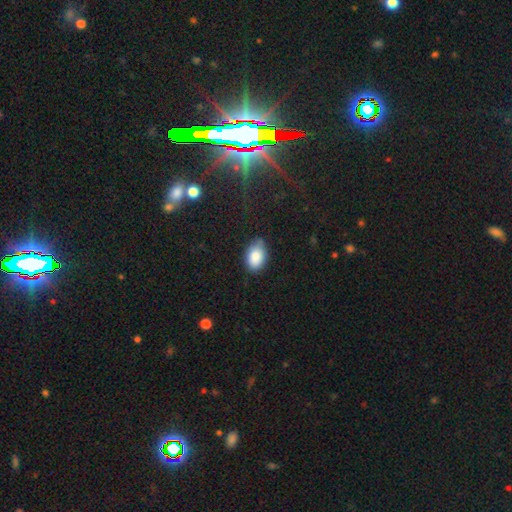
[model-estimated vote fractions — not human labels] Q: Smooth or featured?
A: smooth (86%); runner-up: star or artifact (8%)
Q: How rounded?
A: in between (88%); runner-up: round (10%)
Q: Merging?
A: none (74%); runner-up: minor disturbance (21%)